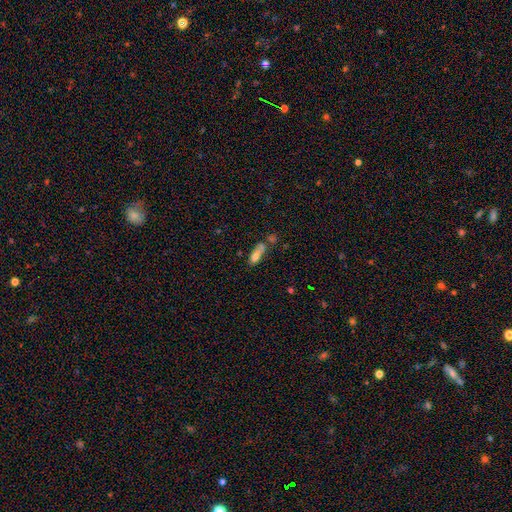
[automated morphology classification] type=smooth (69%); roundness=in between (67%); merging=merger (44%).